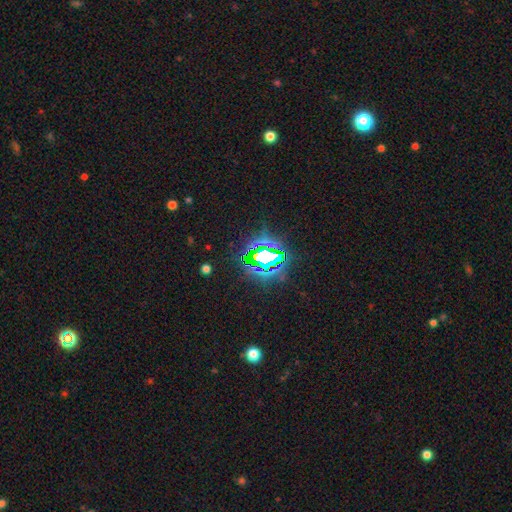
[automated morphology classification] Smooth or featured?
  - star or artifact: 74% *
  - smooth: 14%
  - featured or disk: 12%